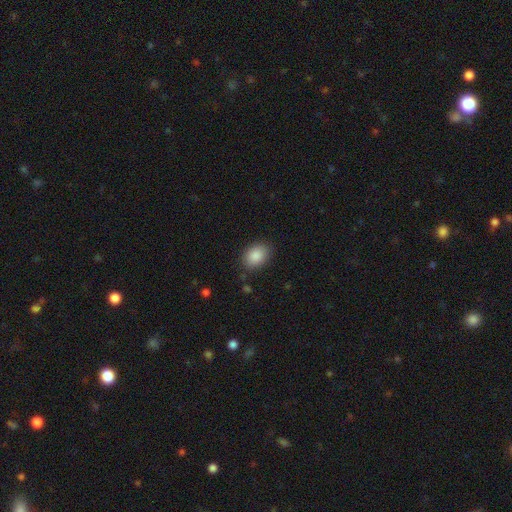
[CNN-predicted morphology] Q: Smooth or featured?
A: smooth (89%); runner-up: star or artifact (7%)
Q: How rounded?
A: in between (76%); runner-up: round (23%)
Q: Merging?
A: none (84%); runner-up: minor disturbance (12%)